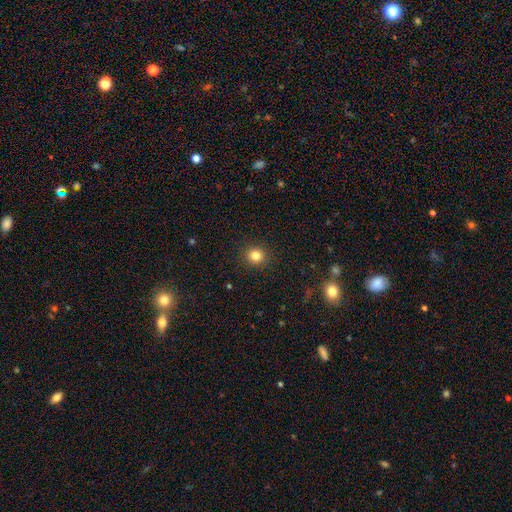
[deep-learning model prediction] smooth 82%, star or artifact 12%, featured or disk 5%. Down the decision tree: how rounded — round (89%); merging — none (92%).